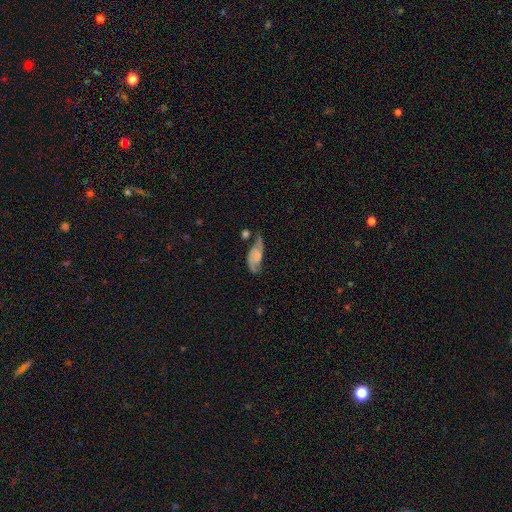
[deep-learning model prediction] Smooth or featured?
  - featured or disk: 55% *
  - smooth: 36%
  - star or artifact: 9%
Edge-on disk?
  - no: 91% *
  - yes: 9%
Bar?
  - no: 67% *
  - weak: 26%
  - strong: 7%
Spiral arms?
  - yes: 82% *
  - no: 18%
Bulge size?
  - none: 53% *
  - small: 25%
  - moderate: 13%
  - large: 7%
  - dominant: 3%
Merging?
  - none: 35% *
  - minor disturbance: 29%
  - major disturbance: 25%
  - merger: 12%